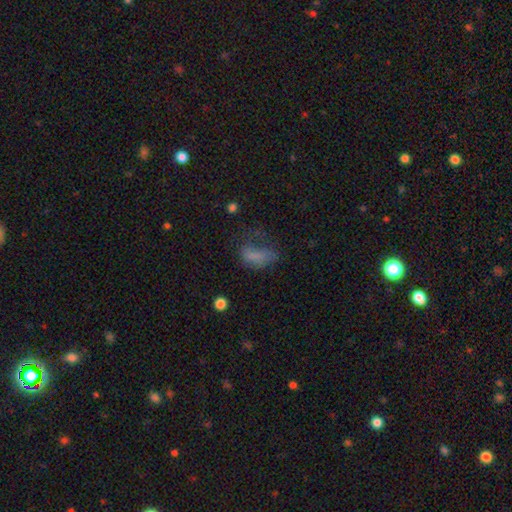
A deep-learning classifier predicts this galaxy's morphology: A smooth galaxy with no disk features (66%) that is in between round and cigar-shaped (80%). Merging: major disturbance (45%).